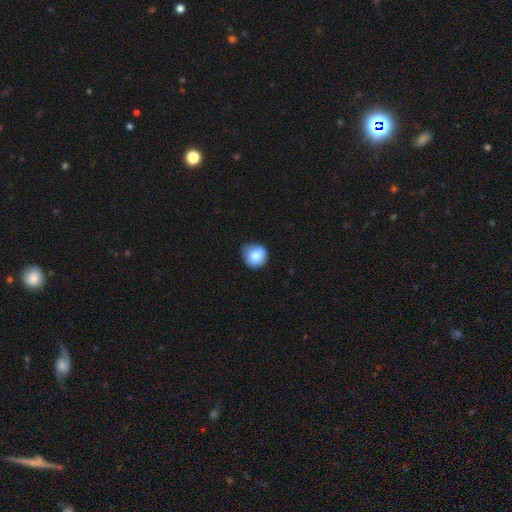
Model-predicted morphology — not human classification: Smooth or featured? Predicted: smooth (p=0.80). How rounded? Predicted: round (p=0.88). Merging? Predicted: none (p=0.71).